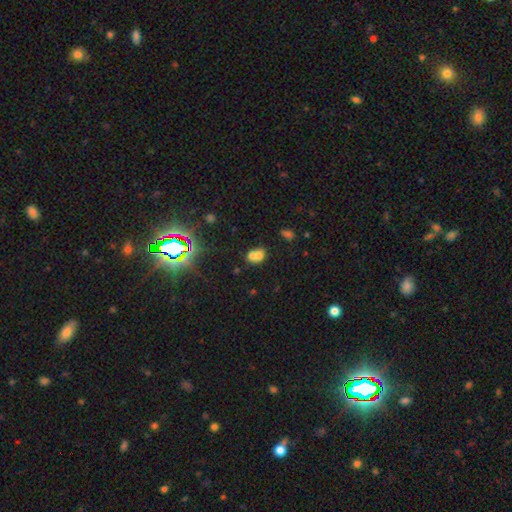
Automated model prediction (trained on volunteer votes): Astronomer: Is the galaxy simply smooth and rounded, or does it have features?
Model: smooth — 62%.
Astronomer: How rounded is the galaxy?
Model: round — 56% (runner-up: in between, 43%).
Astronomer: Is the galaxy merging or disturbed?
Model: merger — 66%.